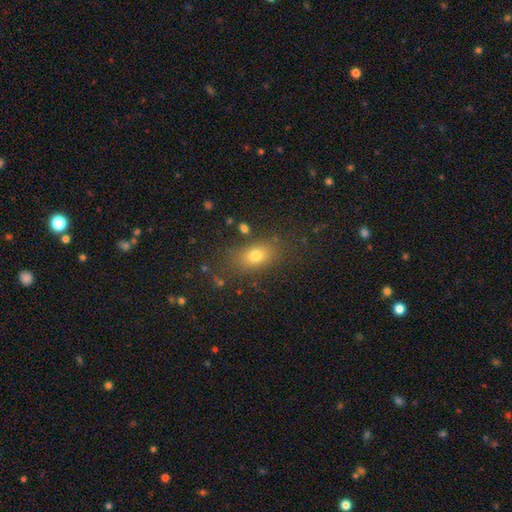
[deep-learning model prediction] Morphology: type=smooth (75%); roundness=in between (77%); merging=none (78%).